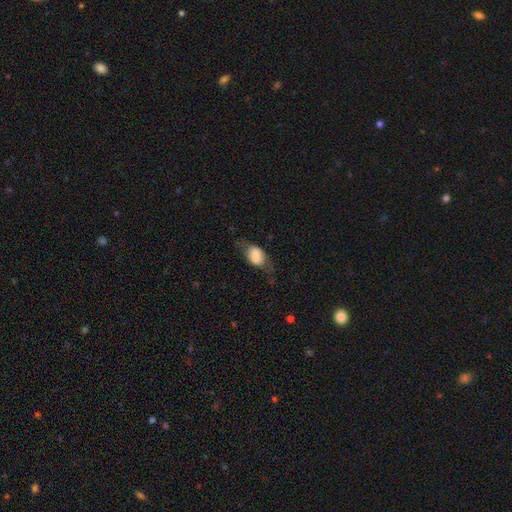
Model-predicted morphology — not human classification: Smooth or featured? smooth (68%)
How rounded? in between (84%)
Merging? none (54%)